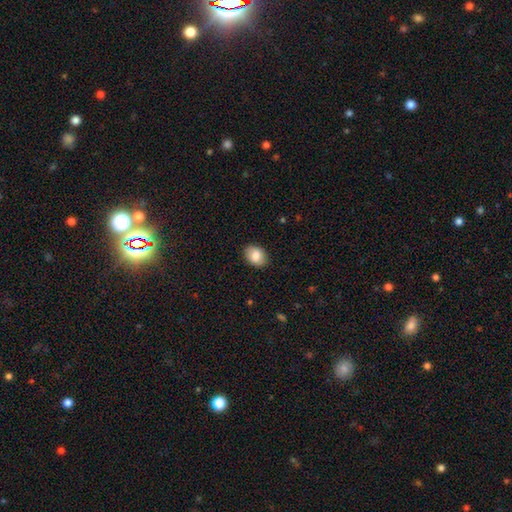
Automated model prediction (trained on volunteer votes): smooth 86%, star or artifact 7%, featured or disk 7%. Down the decision tree: how rounded — in between (74%); merging — none (88%).